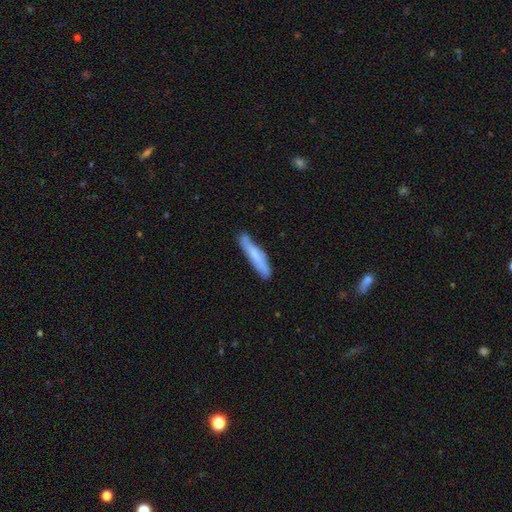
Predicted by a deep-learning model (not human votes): A smooth galaxy with no disk features (69%) that is cigar-shaped (89%). Merging: none (79%).